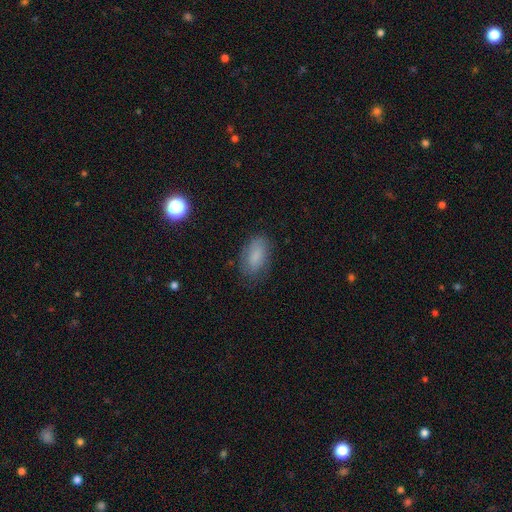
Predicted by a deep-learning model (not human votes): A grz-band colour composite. It shows a smooth galaxy with no disk features (79%) that is in between round and cigar-shaped (91%). Merging: none (75%).